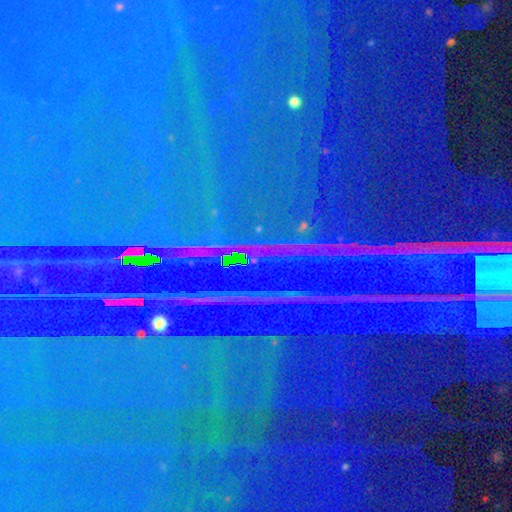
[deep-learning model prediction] smooth-or-featured: star or artifact: 86% | featured or disk: 8% | smooth: 5%